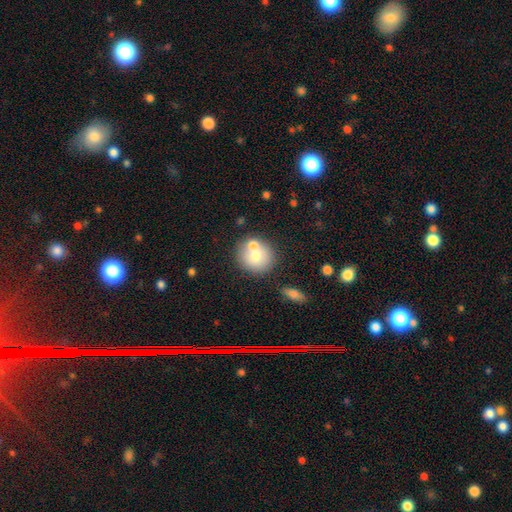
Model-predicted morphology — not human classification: smooth 67%, featured or disk 24%, star or artifact 9%. Down the decision tree: how rounded — round (88%); merging — none (55%).